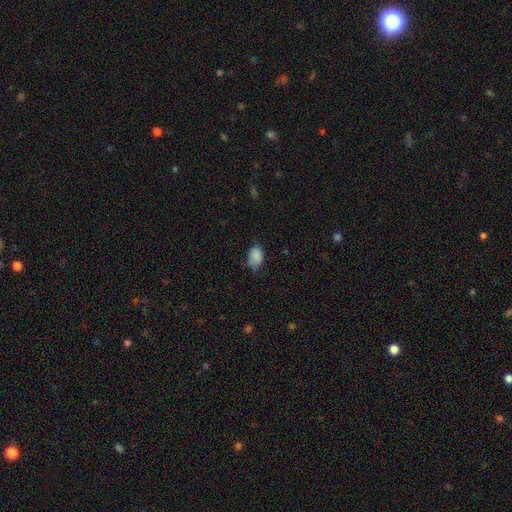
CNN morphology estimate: The model was most divided on "merging": none: 50%, minor disturbance: 38%, major disturbance: 10%, merger: 2%. More confident: smooth or featured — smooth (84%); how rounded — in between (83%).